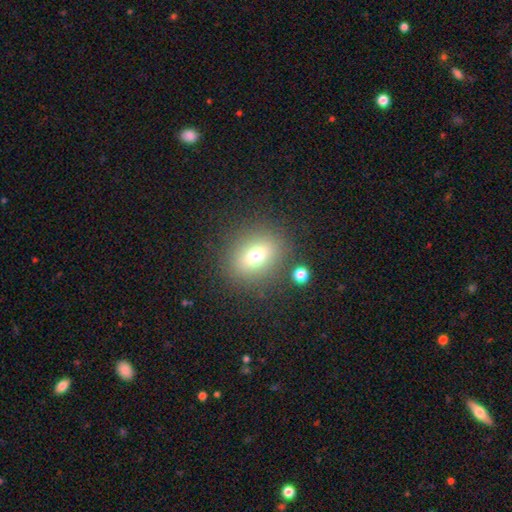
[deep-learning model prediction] Smooth or featured: smooth — 71% (star or artifact — 15%)
How rounded: round — 62% (in between — 37%)
Merging: none — 82% (minor disturbance — 9%)